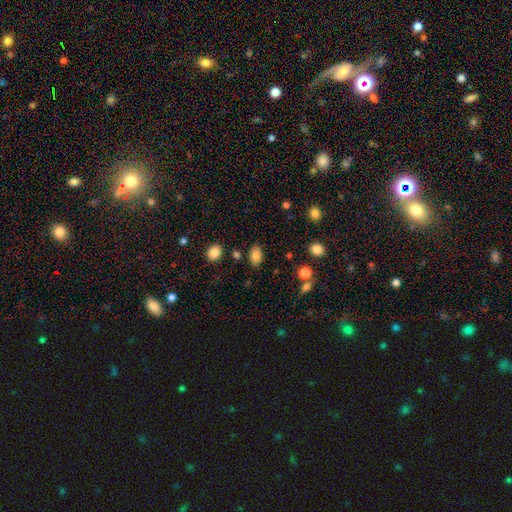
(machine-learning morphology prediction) smooth 83%, star or artifact 9%, featured or disk 8%. Down the decision tree: how rounded — in between (90%); merging — none (82%).